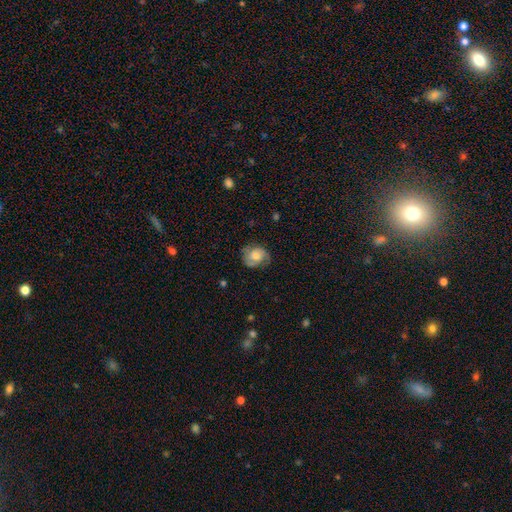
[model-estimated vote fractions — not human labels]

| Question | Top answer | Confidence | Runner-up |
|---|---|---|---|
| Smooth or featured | smooth | 53% | featured or disk (39%) |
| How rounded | round | 68% | in between (31%) |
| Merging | none | 67% | minor disturbance (23%) |